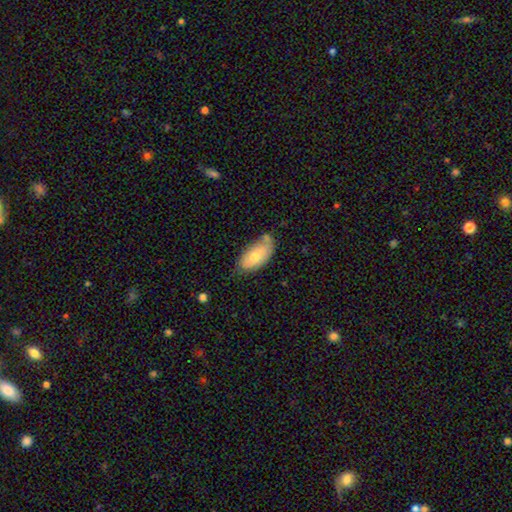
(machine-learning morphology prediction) A smooth galaxy with no disk features (70%) that is in between round and cigar-shaped (94%).

Vote fractions:
- Smooth or featured? smooth: 70% / featured or disk: 23% / star or artifact: 7%
- How rounded? in between: 94% / cigar-shaped: 3% / round: 3%
- Merging? none: 53% / minor disturbance: 32% / major disturbance: 8% / merger: 7%